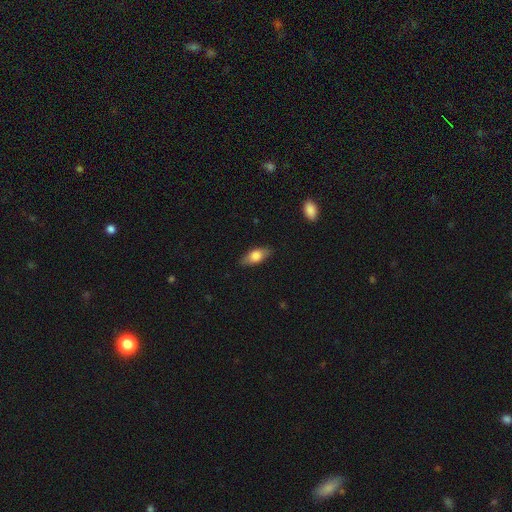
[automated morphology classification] smooth-or-featured: smooth: 71% | featured or disk: 23% | star or artifact: 6%
  how-rounded: in between: 83% | cigar-shaped: 13% | round: 4%
  merging: none: 83% | minor disturbance: 13% | major disturbance: 3% | merger: 1%